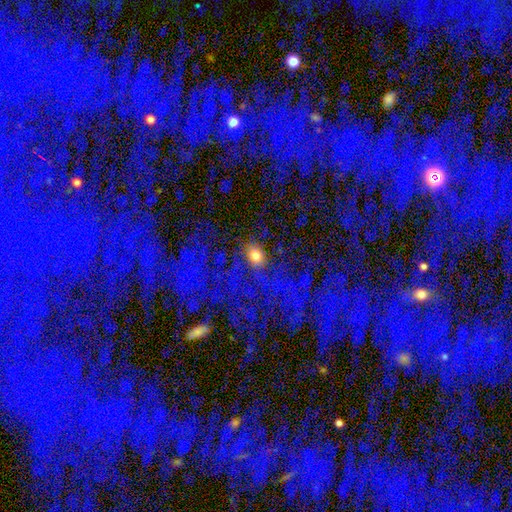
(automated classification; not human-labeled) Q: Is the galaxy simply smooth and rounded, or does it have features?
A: smooth — 63%.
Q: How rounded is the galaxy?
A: in between — 66%.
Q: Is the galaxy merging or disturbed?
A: none — 70%.